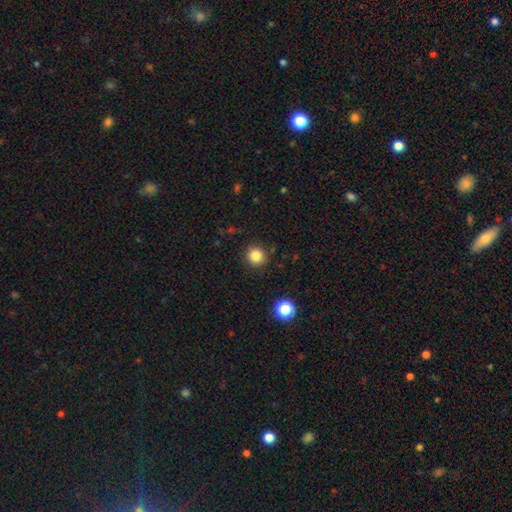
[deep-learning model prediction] Smooth or featured: smooth — 84% (star or artifact — 12%)
How rounded: round — 91% (in between — 8%)
Merging: none — 87% (minor disturbance — 8%)